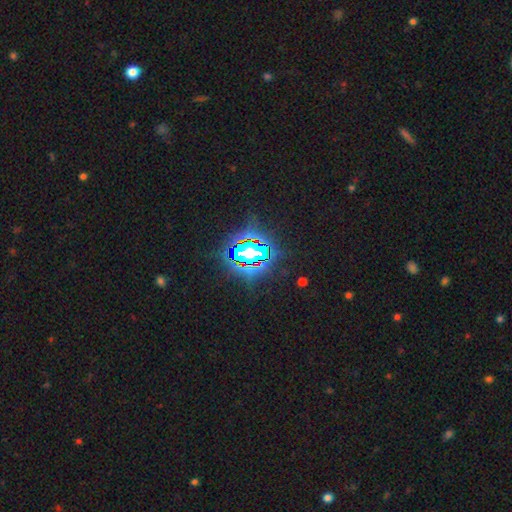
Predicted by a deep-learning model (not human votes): This appears to be a star or artifact, not a galaxy (83%).